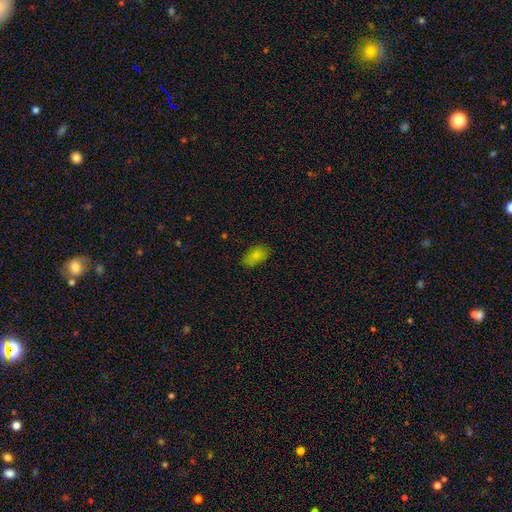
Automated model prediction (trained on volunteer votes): Smooth or featured? smooth (84%)
How rounded? in between (92%)
Merging? none (83%)